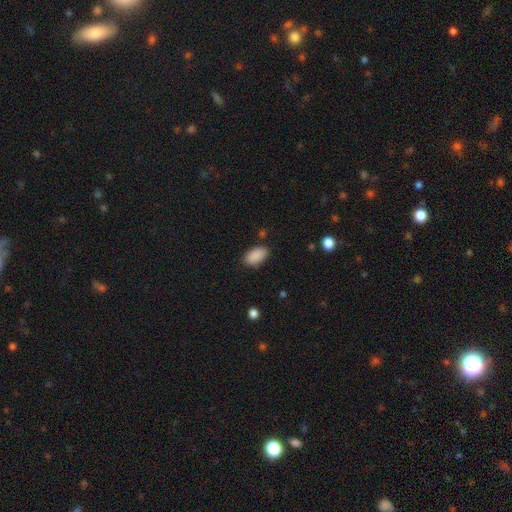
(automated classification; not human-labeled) smooth_or_featured: smooth (p=0.90) [alt: star or artifact p=0.07]
how_rounded: in between (p=0.94) [alt: round p=0.04]
merging: none (p=0.84) [alt: minor disturbance p=0.11]